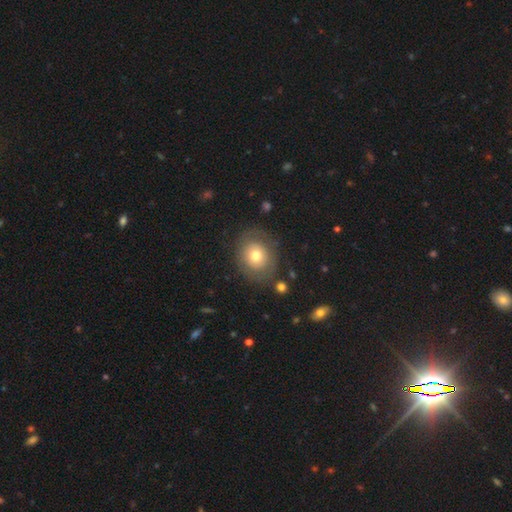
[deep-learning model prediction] A smooth galaxy with no disk features (66%) that is round (68%). Merging: none (78%).